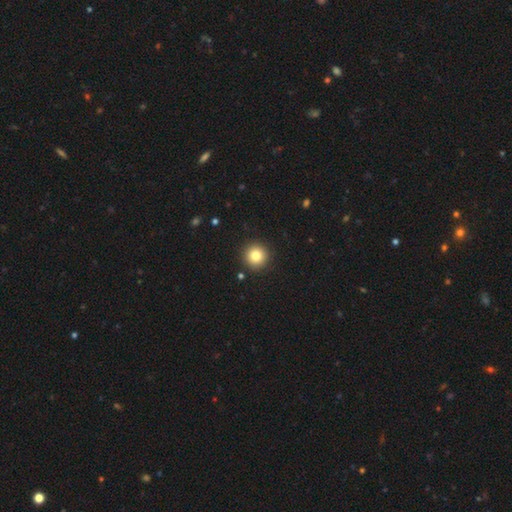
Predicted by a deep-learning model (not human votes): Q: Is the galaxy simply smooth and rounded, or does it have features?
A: smooth — 82%.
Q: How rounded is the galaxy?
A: round — 95%.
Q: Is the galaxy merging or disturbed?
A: none — 91%.